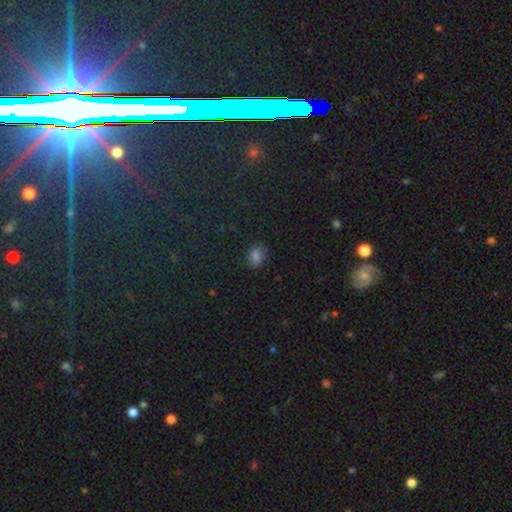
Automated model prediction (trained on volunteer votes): Overall: smooth (68%). How rounded: in between (65%; round 33%). Merging: none (78%).